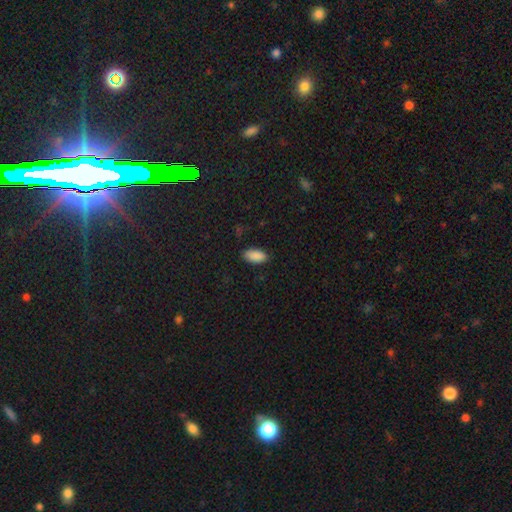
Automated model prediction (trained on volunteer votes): Smooth or featured?
  - smooth: 90% *
  - star or artifact: 7%
  - featured or disk: 3%
How rounded?
  - in between: 93% *
  - cigar-shaped: 5%
  - round: 2%
Merging?
  - none: 86% *
  - minor disturbance: 11%
  - major disturbance: 2%
  - merger: 1%